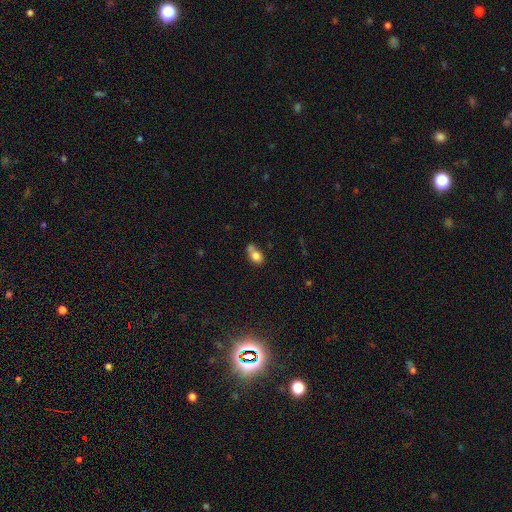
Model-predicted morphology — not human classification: Smooth or featured? Predicted: smooth (p=0.78). How rounded? Predicted: in between (p=0.68). Merging? Predicted: none (p=0.38).